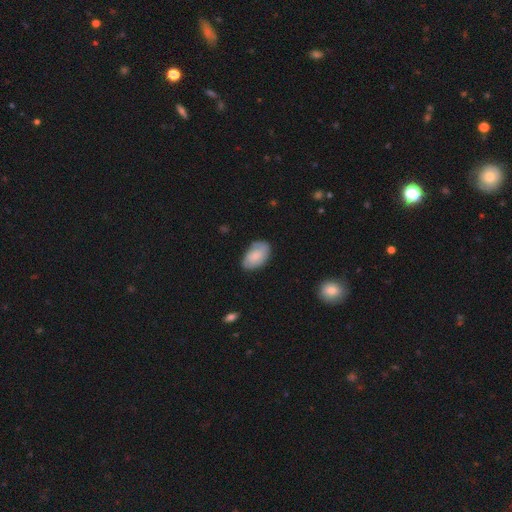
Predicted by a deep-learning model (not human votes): A smooth galaxy with no disk features (59%) that is in between round and cigar-shaped (93%).

Vote fractions:
- Smooth or featured? smooth: 59% / featured or disk: 34% / star or artifact: 7%
- How rounded? in between: 93% / round: 6% / cigar-shaped: 1%
- Merging? none: 70% / minor disturbance: 22% / major disturbance: 6% / merger: 2%